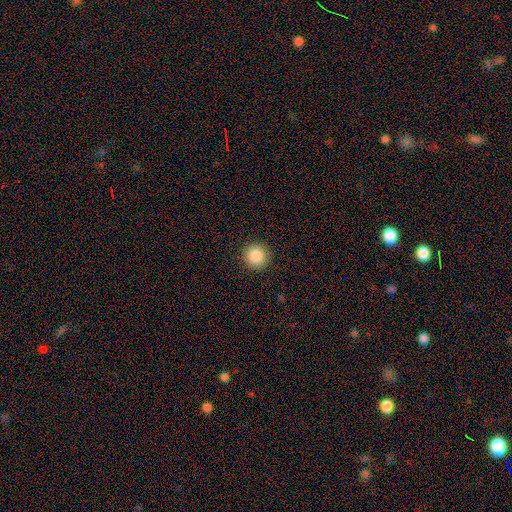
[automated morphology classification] type=smooth (87%); roundness=round (96%); merging=none (92%).